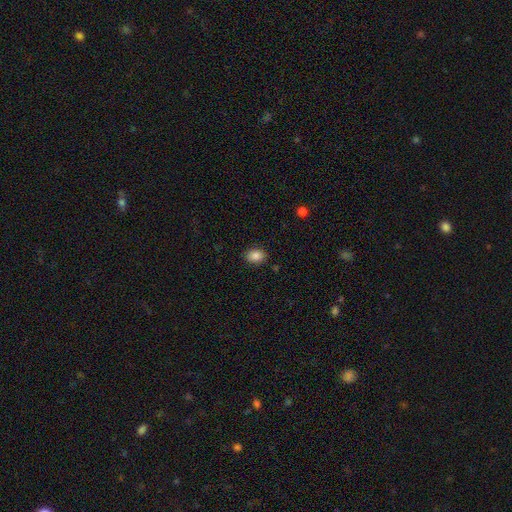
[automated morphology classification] A smooth galaxy with no disk features (87%) that is in between round and cigar-shaped (75%).

Vote fractions:
- Smooth or featured? smooth: 87% / star or artifact: 9% / featured or disk: 5%
- How rounded? in between: 75% / round: 24% / cigar-shaped: 1%
- Merging? none: 88% / minor disturbance: 8% / major disturbance: 2% / merger: 1%